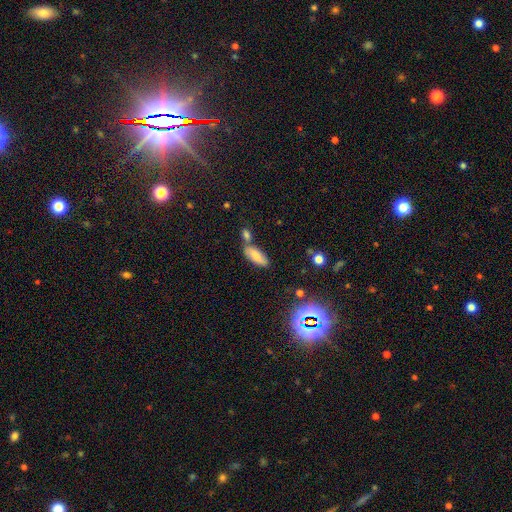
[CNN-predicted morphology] This is likely a smooth galaxy (71%). How rounded: likely in between (77%). Merging: possibly none (58%).